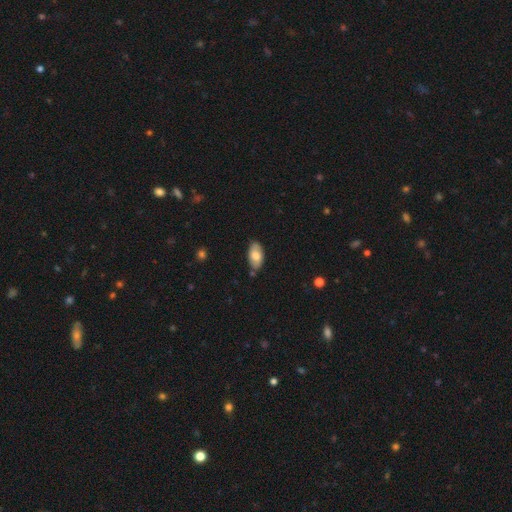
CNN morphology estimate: Smooth or featured? Predicted: smooth (p=0.72). How rounded? Predicted: in between (p=0.94). Merging? Predicted: none (p=0.79).